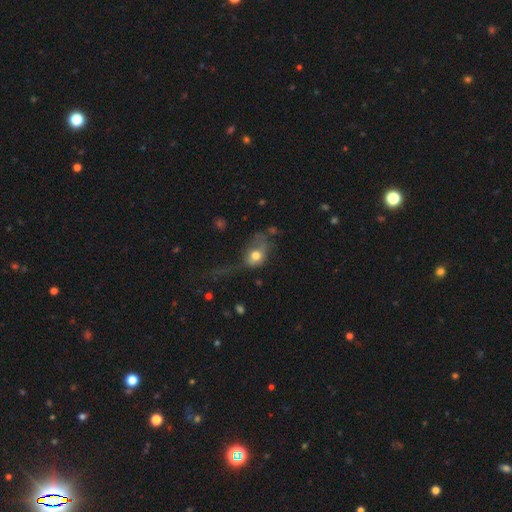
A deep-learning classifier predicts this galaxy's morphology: Overall: smooth (69%). How rounded: in between (60%; round 38%). Merging: major disturbance (49%; minor disturbance 22%).